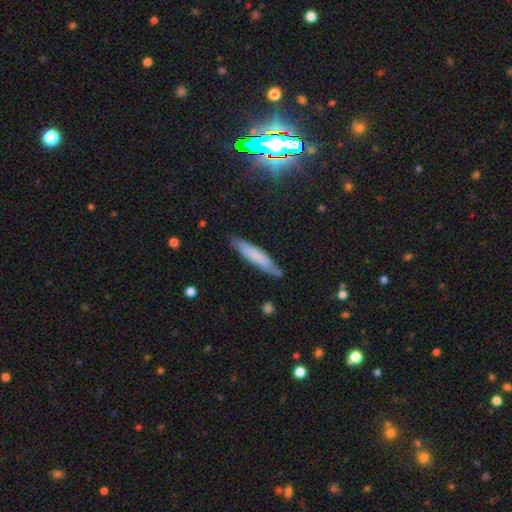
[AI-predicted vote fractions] Smooth or featured?
  - smooth: 66% *
  - featured or disk: 25%
  - star or artifact: 9%
How rounded?
  - cigar-shaped: 86% *
  - in between: 12%
  - round: 1%
Merging?
  - none: 81% *
  - minor disturbance: 15%
  - major disturbance: 3%
  - merger: 2%